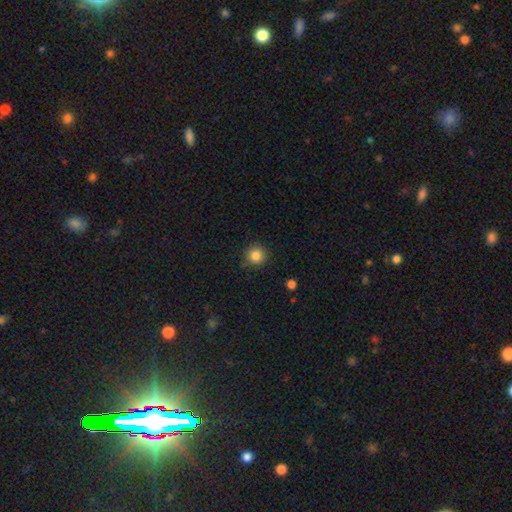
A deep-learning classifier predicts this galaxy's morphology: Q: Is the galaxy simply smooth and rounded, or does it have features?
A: smooth — 84%.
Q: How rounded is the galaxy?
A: round — 94%.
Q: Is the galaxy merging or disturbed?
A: none — 87%.